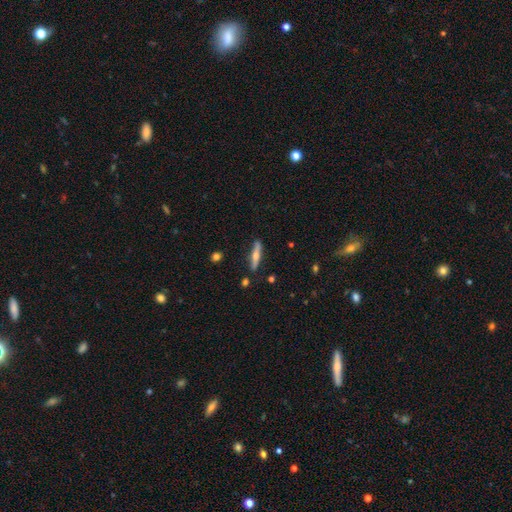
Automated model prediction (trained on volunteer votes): smooth_or_featured: featured or disk (p=0.53) [alt: smooth p=0.41]
disk_edge_on: yes (p=0.95) [alt: no p=0.05]
edge_on_bulge: rounded (p=0.90) [alt: none p=0.06]
merging: none (p=0.86) [alt: minor disturbance p=0.10]